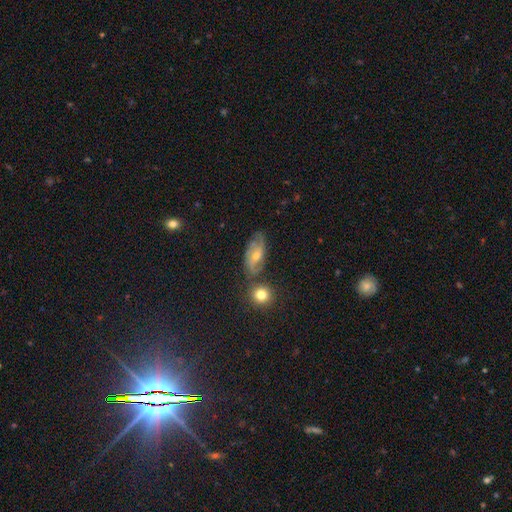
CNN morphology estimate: This appears to be a featured or disk galaxy (63%) with no bar (46%), 2 (64%) medium (46%) spiral arms (87%) and a moderate central bulge (53%). Merging: none (62%).